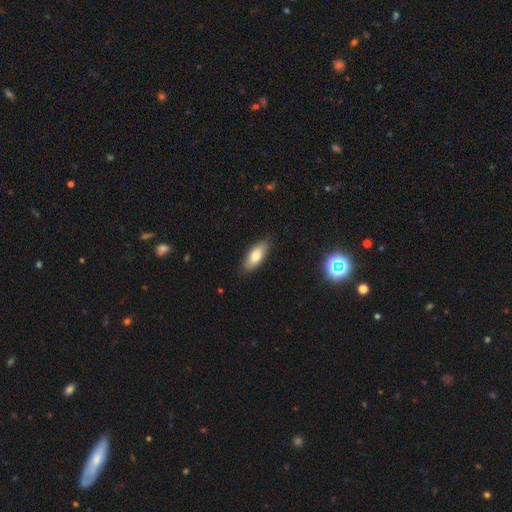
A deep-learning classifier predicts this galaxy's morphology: Smooth or featured? Predicted: smooth (p=0.77). How rounded? Predicted: in between (p=0.77). Merging? Predicted: none (p=0.87).